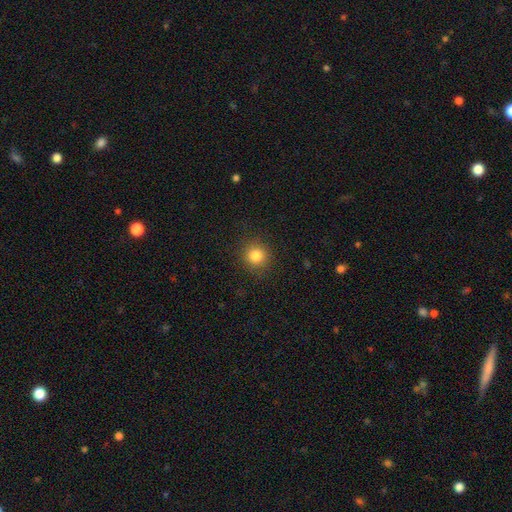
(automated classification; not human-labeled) Overall: smooth (83%). How rounded: round (93%). Merging: none (90%).